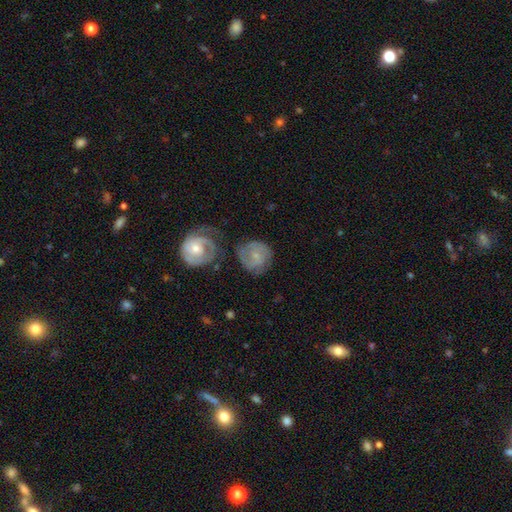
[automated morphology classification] A featured or disk galaxy (59%) with no bar (63%), spiral arms (84%) and a small central bulge (63%).

Vote fractions:
- Smooth or featured? featured or disk: 59% / smooth: 34% / star or artifact: 7%
- Edge-on disk? no: 97% / yes: 3%
- Bar? no: 63% / weak: 30% / strong: 7%
- Spiral arms? yes: 84% / no: 16%
- Bulge size? small: 63% / moderate: 29% / none: 5% / large: 2% / dominant: 1%
- Merging? none: 56% / minor disturbance: 20% / merger: 12% / major disturbance: 12%